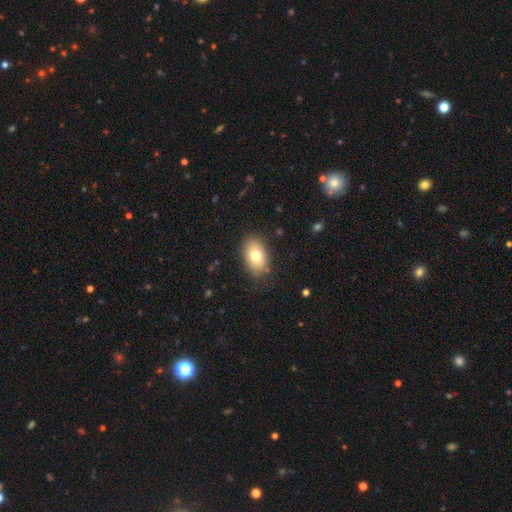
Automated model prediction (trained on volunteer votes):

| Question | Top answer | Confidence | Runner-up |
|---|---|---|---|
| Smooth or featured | smooth | 75% | featured or disk (16%) |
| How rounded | in between | 86% | round (12%) |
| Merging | none | 83% | minor disturbance (12%) |